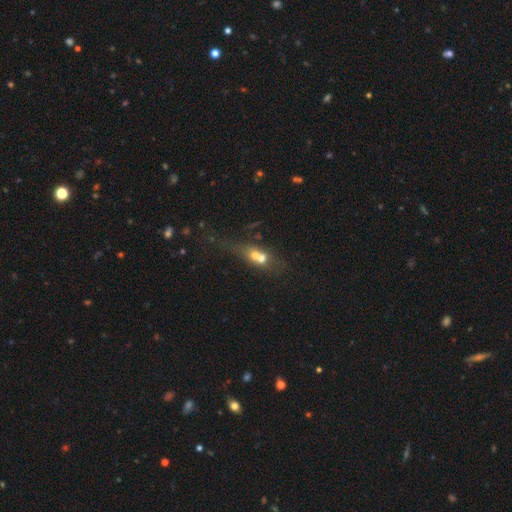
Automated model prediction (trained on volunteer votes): A smooth galaxy with no disk features (54%) that is in between round and cigar-shaped (43%).

Vote fractions:
- Smooth or featured? smooth: 54% / featured or disk: 33% / star or artifact: 14%
- How rounded? in between: 43% / round: 42% / cigar-shaped: 16%
- Merging? merger: 64% / none: 20% / major disturbance: 9% / minor disturbance: 8%